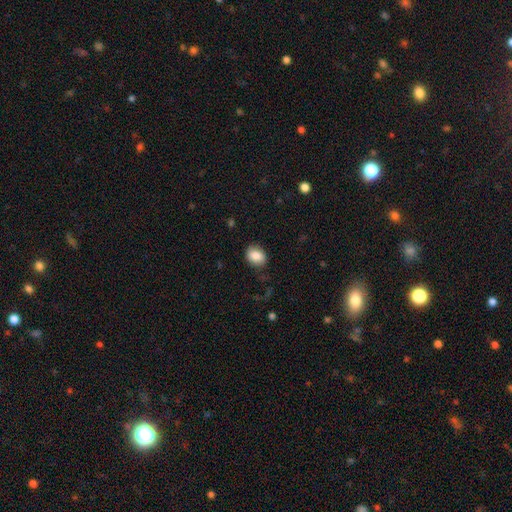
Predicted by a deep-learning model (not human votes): Smooth or featured? Predicted: smooth (p=0.86). How rounded? Predicted: in between (p=0.60). Merging? Predicted: none (p=0.81).